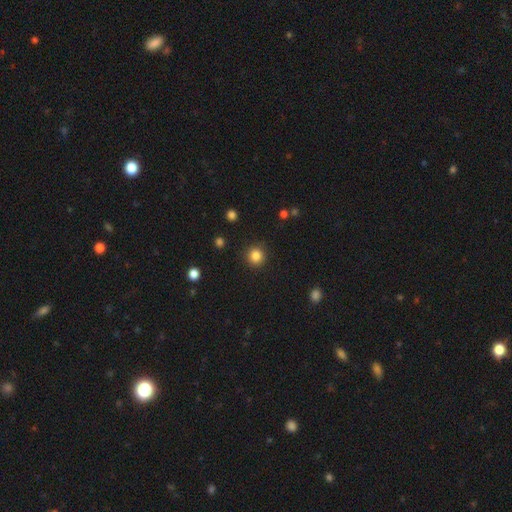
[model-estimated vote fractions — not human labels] smooth 84%, star or artifact 11%, featured or disk 5%. Down the decision tree: how rounded — round (94%); merging — none (91%).